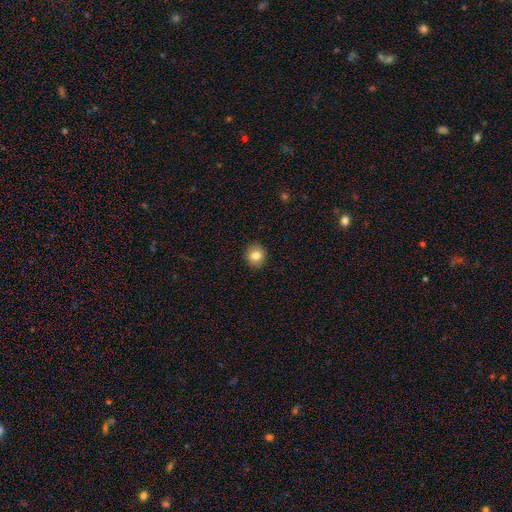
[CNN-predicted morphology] Smooth or featured? Predicted: smooth (p=0.83). How rounded? Predicted: round (p=0.88). Merging? Predicted: none (p=0.91).